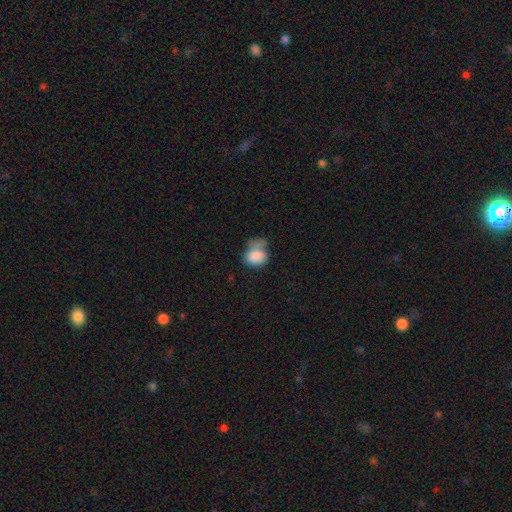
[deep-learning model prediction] Smooth or featured?
  - smooth: 81% *
  - featured or disk: 11%
  - star or artifact: 8%
How rounded?
  - in between: 54% *
  - round: 45%
  - cigar-shaped: 1%
Merging?
  - minor disturbance: 29% *
  - none: 28%
  - major disturbance: 27%
  - merger: 16%